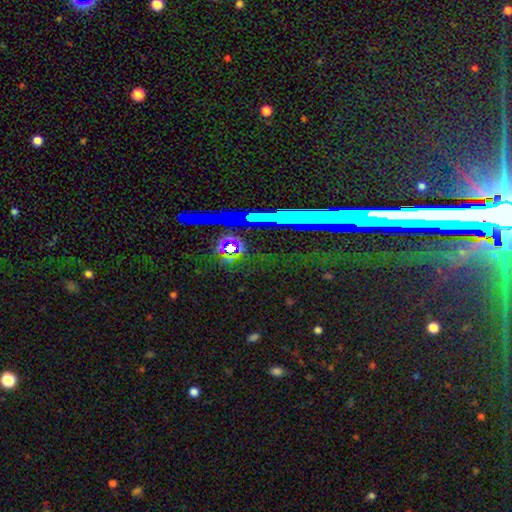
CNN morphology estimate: smooth_or_featured: star or artifact (p=0.73) [alt: featured or disk p=0.18]